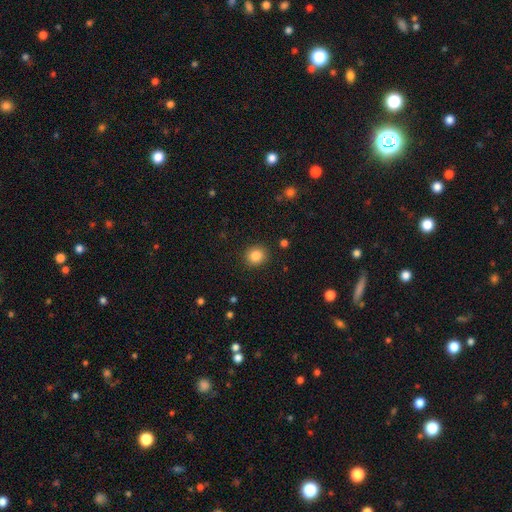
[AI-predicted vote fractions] smooth_or_featured: smooth (p=0.85) [alt: star or artifact p=0.10]
how_rounded: round (p=0.83) [alt: in between p=0.16]
merging: none (p=0.91) [alt: minor disturbance p=0.06]